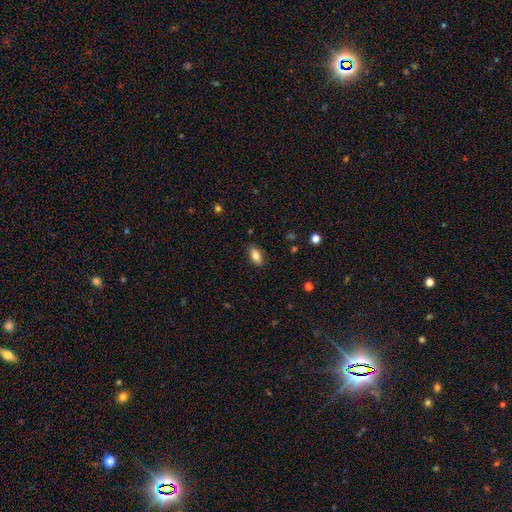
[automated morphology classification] smooth_or_featured: smooth (p=0.83) [alt: featured or disk p=0.09]
how_rounded: in between (p=0.90) [alt: round p=0.05]
merging: none (p=0.85) [alt: minor disturbance p=0.11]